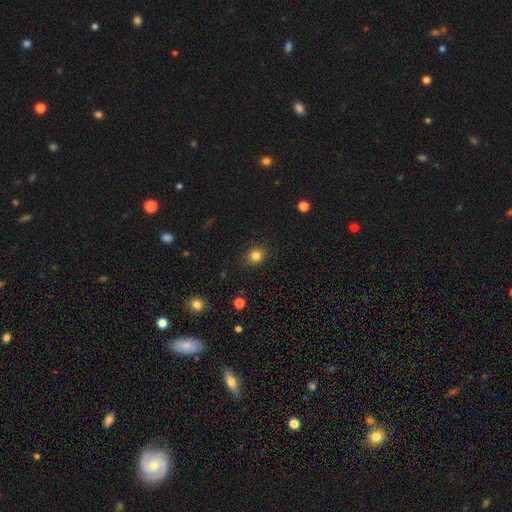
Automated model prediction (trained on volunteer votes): Smooth or featured? smooth (83%)
How rounded? round (80%)
Merging? none (88%)